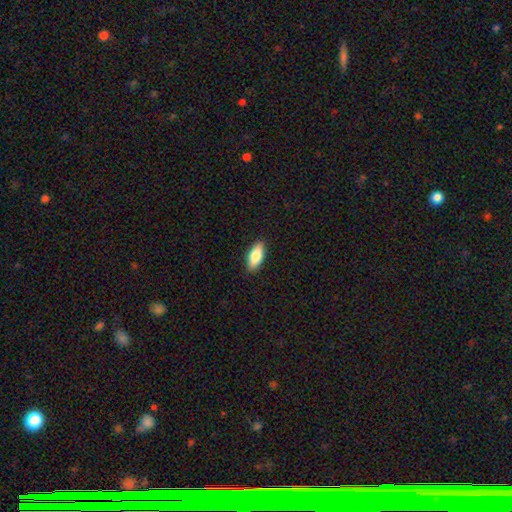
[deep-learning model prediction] smooth-or-featured: smooth: 81% | featured or disk: 13% | star or artifact: 6%
  how-rounded: in between: 82% | cigar-shaped: 15% | round: 2%
  merging: none: 89% | minor disturbance: 8% | major disturbance: 2% | merger: 1%